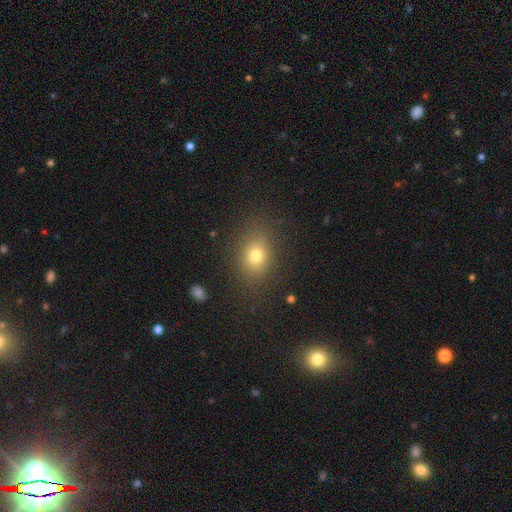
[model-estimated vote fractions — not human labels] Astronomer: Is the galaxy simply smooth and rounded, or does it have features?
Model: smooth — 75%.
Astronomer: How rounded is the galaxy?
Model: in between — 60% (runner-up: round, 38%).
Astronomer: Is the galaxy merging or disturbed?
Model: none — 84%.